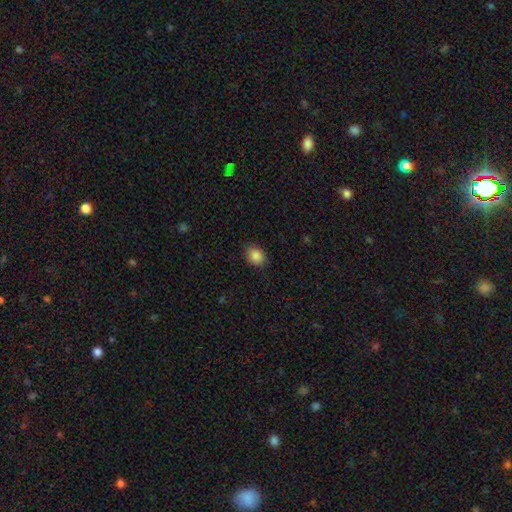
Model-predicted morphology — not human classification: type=smooth (87%); roundness=round (50%); merging=none (84%).